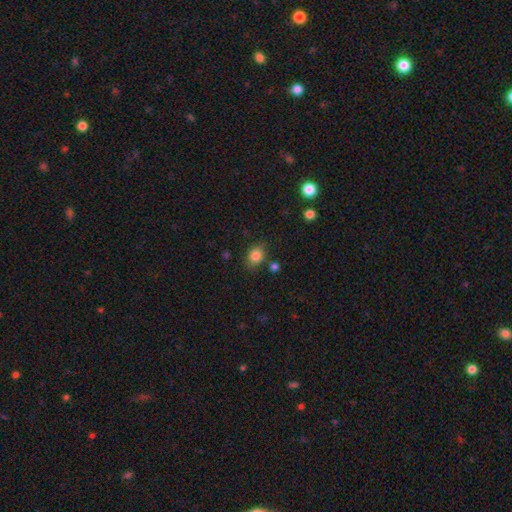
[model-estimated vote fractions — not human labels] This appears to be a smooth galaxy with no disk features (84%) that is in between round and cigar-shaped (55%). Merging: none (76%).